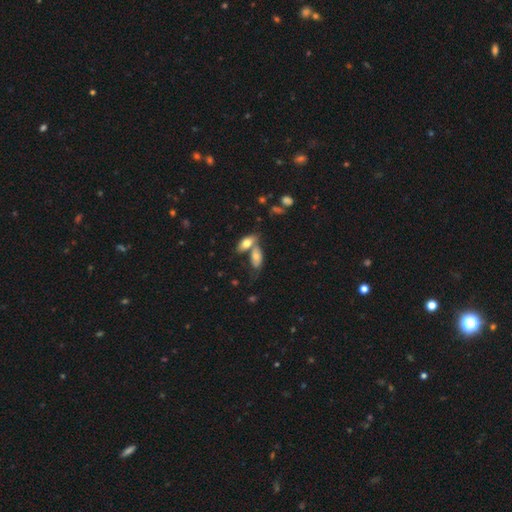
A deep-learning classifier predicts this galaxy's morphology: This is likely a smooth galaxy (60%). How rounded: clearly in between (81%). Merging: possibly merger (45%).